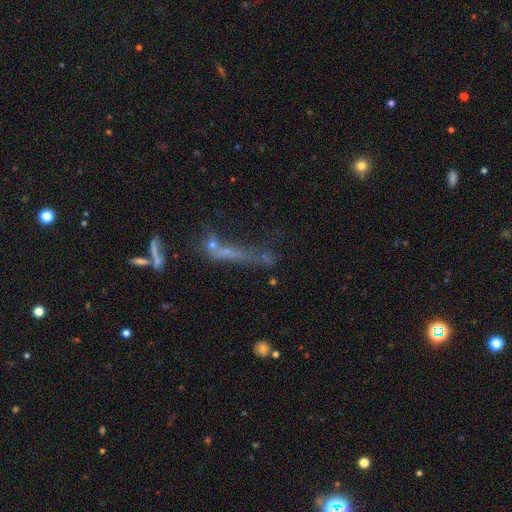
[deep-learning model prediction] Smooth or featured: featured or disk — 35% (smooth — 34%)
Merging: none — 34% (merger — 27%)